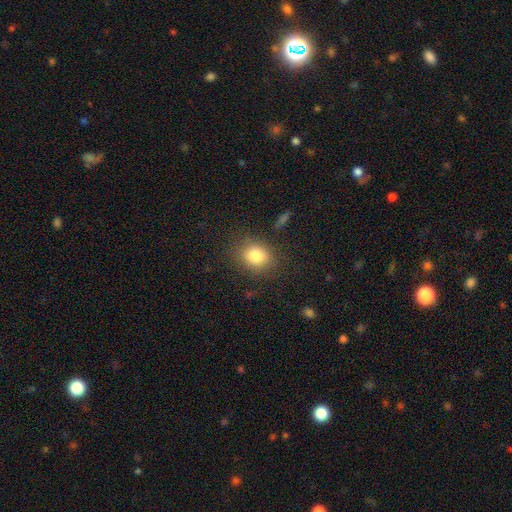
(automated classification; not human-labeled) A smooth galaxy with no disk features (83%) that is round (61%).

Vote fractions:
- Smooth or featured? smooth: 83% / star or artifact: 10% / featured or disk: 7%
- How rounded? round: 61% / in between: 38% / cigar-shaped: 1%
- Merging? none: 81% / minor disturbance: 13% / major disturbance: 5% / merger: 2%